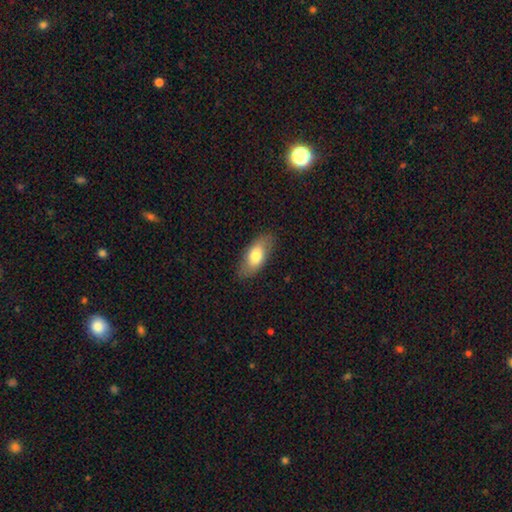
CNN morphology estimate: A smooth galaxy with no disk features (73%) that is in between round and cigar-shaped (88%). Merging: none (83%).